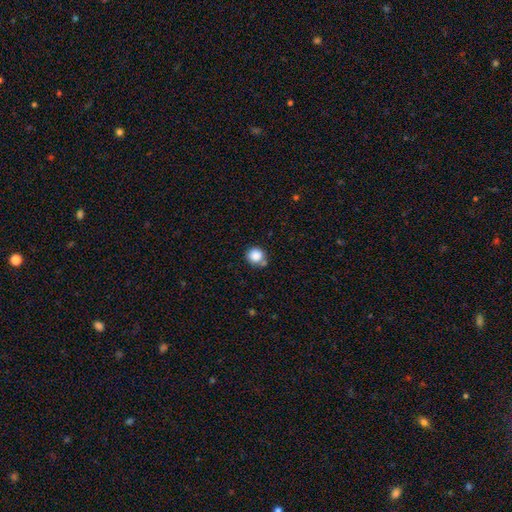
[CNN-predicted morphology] A smooth galaxy with no disk features (86%) that is round (91%). Merging: none (68%).